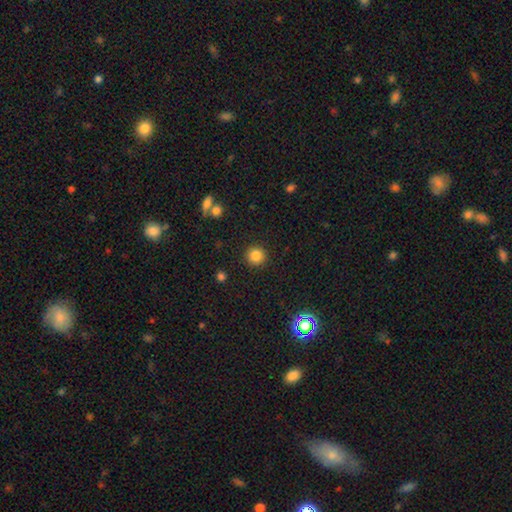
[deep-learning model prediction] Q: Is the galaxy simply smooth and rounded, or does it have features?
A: smooth — 83%.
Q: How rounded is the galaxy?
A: round — 94%.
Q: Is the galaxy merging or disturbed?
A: none — 91%.